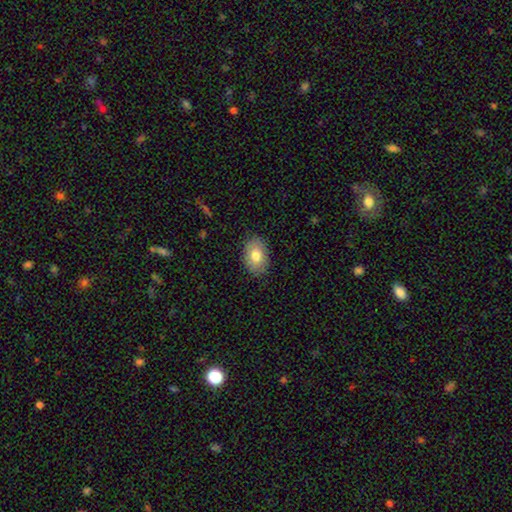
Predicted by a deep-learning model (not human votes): Smooth or featured? Predicted: smooth (p=0.79). How rounded? Predicted: in between (p=0.84). Merging? Predicted: none (p=0.86).